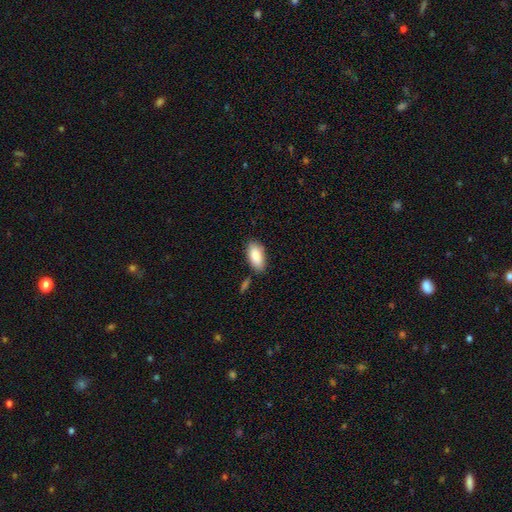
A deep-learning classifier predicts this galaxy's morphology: This is clearly a smooth galaxy (86%). How rounded: clearly in between (91%). Merging: likely none (78%).